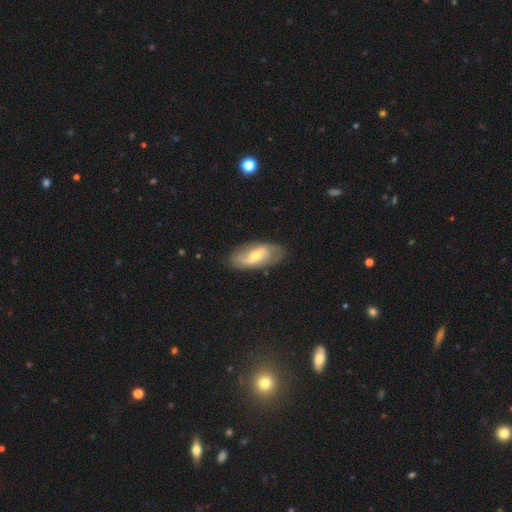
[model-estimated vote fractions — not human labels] The model was most divided on "bulge size": small: 48%, moderate: 46%, large: 3%, none: 2%, dominant: 1%. Remaining: edge-on disk — no (92%); spiral arms — yes (83%); merging — none (79%); smooth or featured — featured or disk (64%); bar — weak (47%).